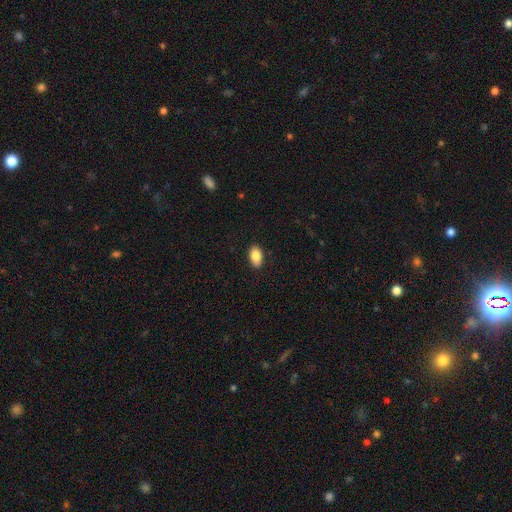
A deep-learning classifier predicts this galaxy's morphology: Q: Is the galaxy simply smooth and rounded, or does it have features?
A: smooth — 85%.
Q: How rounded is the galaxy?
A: in between — 92%.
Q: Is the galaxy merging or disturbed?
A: none — 87%.